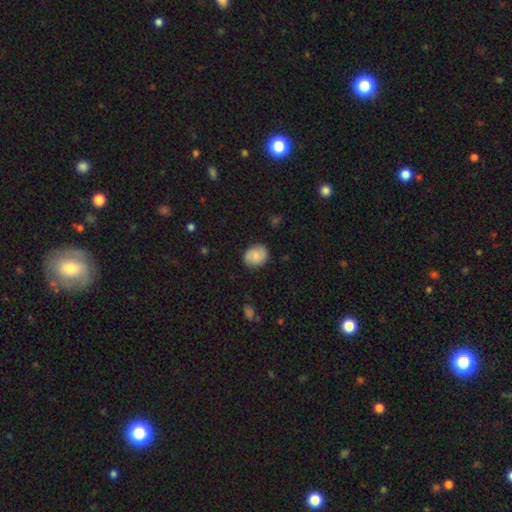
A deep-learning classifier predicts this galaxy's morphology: smooth-or-featured: smooth: 74% | featured or disk: 18% | star or artifact: 8%
  how-rounded: round: 53% | in between: 46% | cigar-shaped: 1%
  merging: none: 81% | minor disturbance: 14% | major disturbance: 3% | merger: 1%